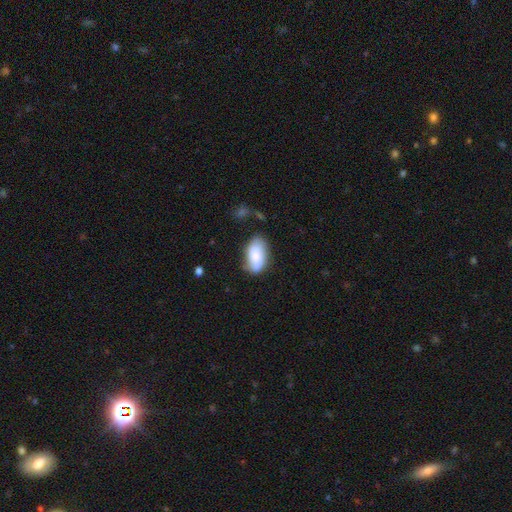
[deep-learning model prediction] Overall: smooth (80%). How rounded: in between (95%). Merging: none (69%).